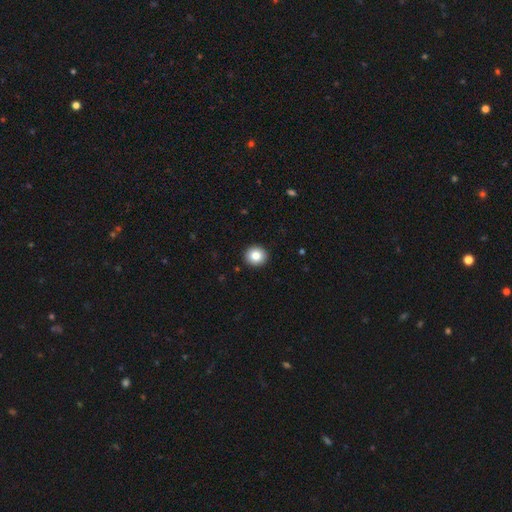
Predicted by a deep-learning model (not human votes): Smooth or featured? smooth (84%)
How rounded? round (91%)
Merging? none (93%)